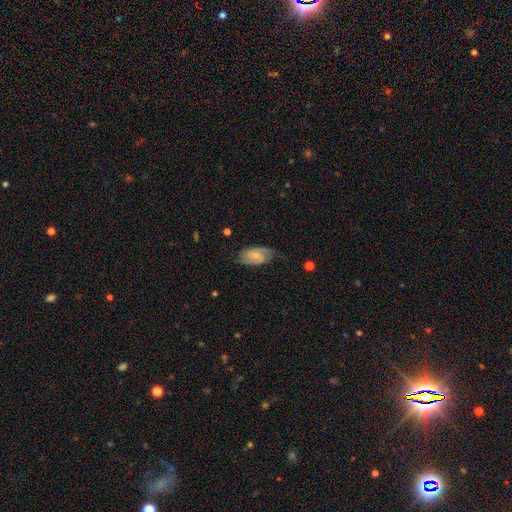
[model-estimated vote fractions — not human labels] Smooth or featured? featured or disk (64%)
Edge-on disk? no (96%)
Bar? no (47%)
Spiral arms? yes (91%)
Spiral winding? medium (45%)
Spiral arm count? 2 (78%)
Bulge size? small (58%)
Merging? none (65%)